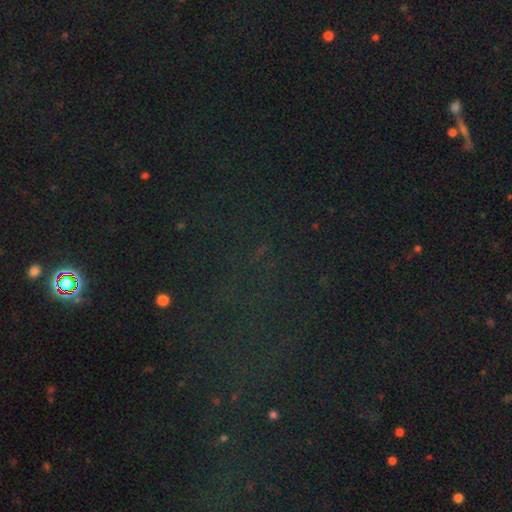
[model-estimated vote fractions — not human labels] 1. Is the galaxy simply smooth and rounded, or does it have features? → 76% star or artifact, 15% smooth, 9% featured or disk.